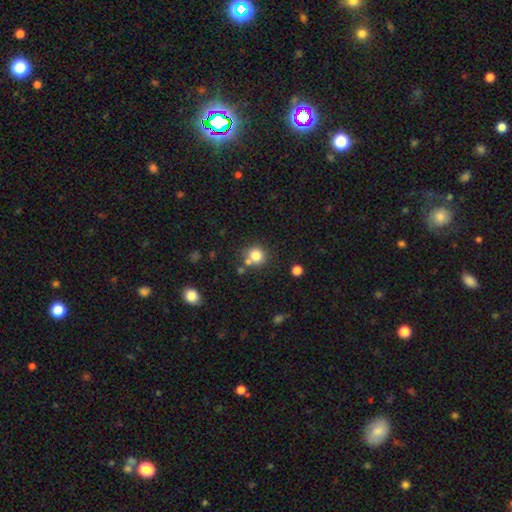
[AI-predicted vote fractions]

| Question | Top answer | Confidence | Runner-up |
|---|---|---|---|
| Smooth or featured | smooth | 81% | star or artifact (12%) |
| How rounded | round | 87% | in between (12%) |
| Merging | none | 68% | merger (18%) |